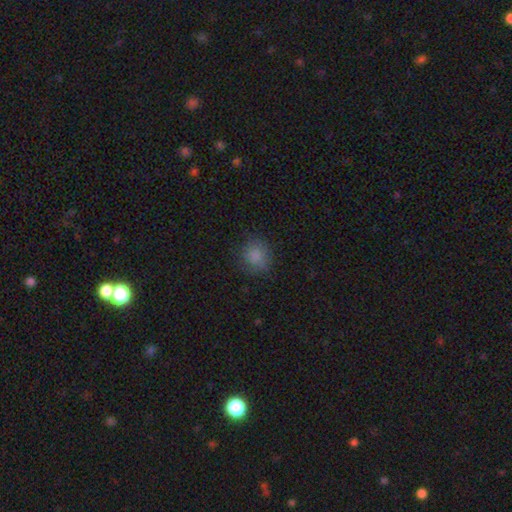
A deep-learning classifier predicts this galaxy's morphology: This is clearly a smooth galaxy (84%). How rounded: clearly round (85%). Merging: clearly none (81%).